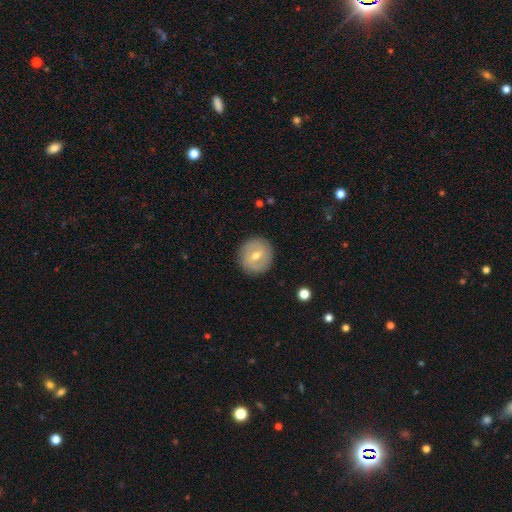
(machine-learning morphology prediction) The model was most divided on "smooth or featured": featured or disk: 50%, smooth: 42%, star or artifact: 8%. More confident: edge-on disk — no (95%); merging — none (88%).